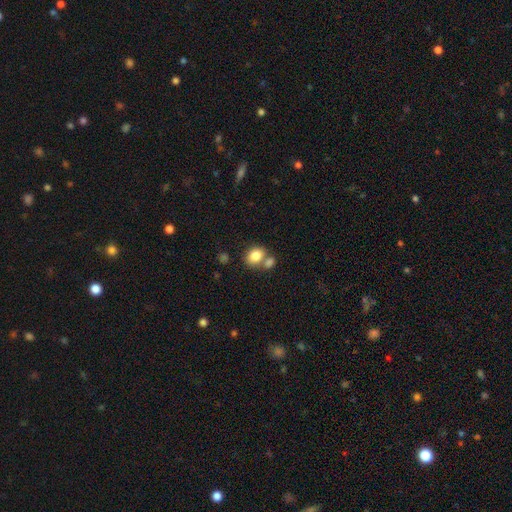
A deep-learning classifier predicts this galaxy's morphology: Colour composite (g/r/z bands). It shows a smooth galaxy with no disk features (83%) that is in between round and cigar-shaped (62%). Merging: none (49%).